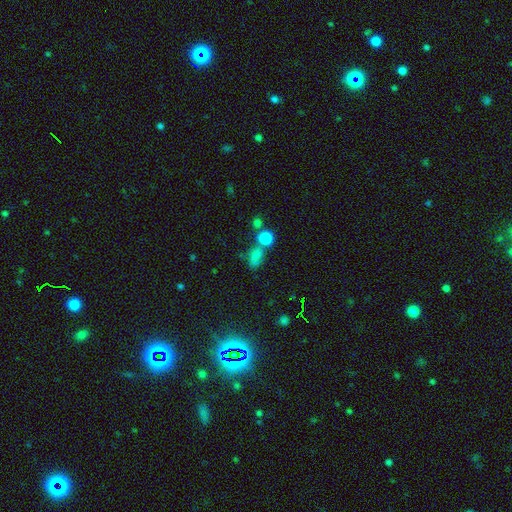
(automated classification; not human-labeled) The model was most divided on "merging": none: 44%, merger: 28%, minor disturbance: 17%, major disturbance: 11%. More confident: smooth or featured — smooth (71%); how rounded — in between (65%).